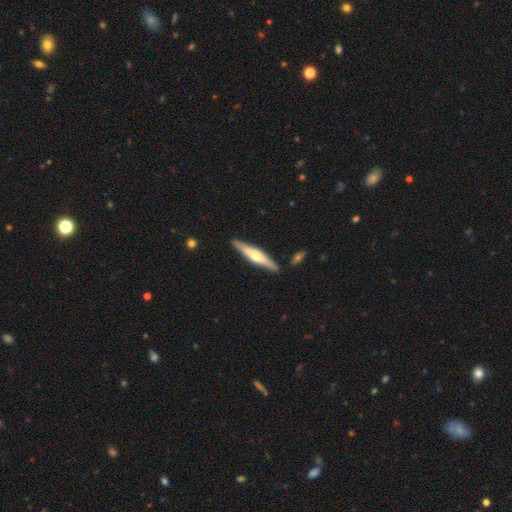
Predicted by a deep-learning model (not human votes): Q: Smooth or featured?
A: featured or disk (64%); runner-up: smooth (31%)
Q: Edge-on disk?
A: yes (97%); runner-up: no (3%)
Q: Edge-on bulge?
A: rounded (86%); runner-up: boxy (9%)
Q: Merging?
A: none (89%); runner-up: minor disturbance (8%)